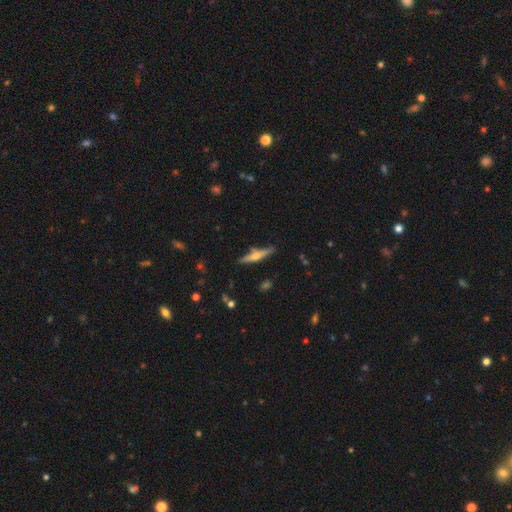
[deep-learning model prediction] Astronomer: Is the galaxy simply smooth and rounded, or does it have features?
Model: featured or disk — 59%.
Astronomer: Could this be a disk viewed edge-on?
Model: yes — 96%.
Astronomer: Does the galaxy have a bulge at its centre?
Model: rounded — 89%.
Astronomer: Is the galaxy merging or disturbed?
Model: none — 83%.